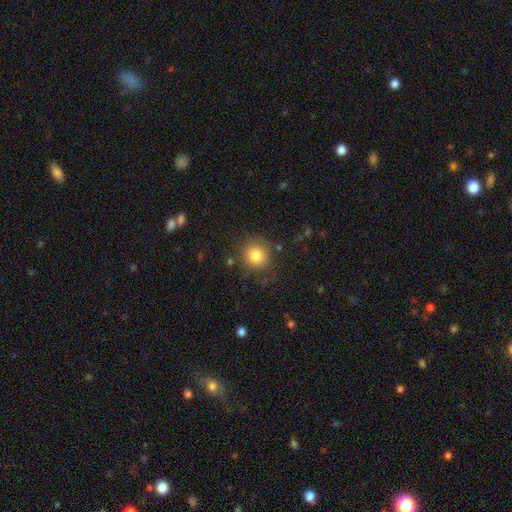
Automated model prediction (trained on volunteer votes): Q: Smooth or featured?
A: smooth (81%); runner-up: star or artifact (11%)
Q: How rounded?
A: round (89%); runner-up: in between (10%)
Q: Merging?
A: none (82%); runner-up: minor disturbance (11%)